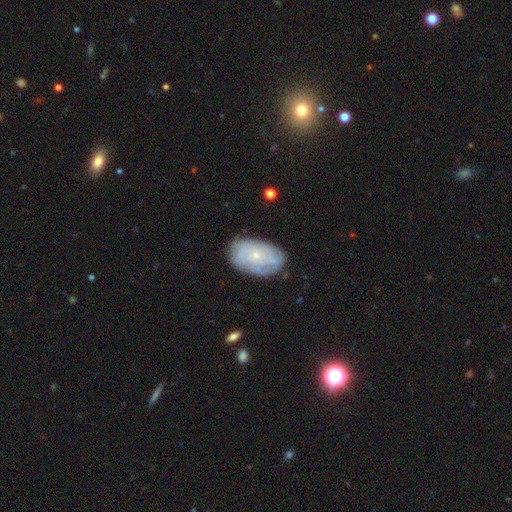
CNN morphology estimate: A featured or disk galaxy (52%).

Vote fractions:
- Smooth or featured? featured or disk: 52% / smooth: 40% / star or artifact: 8%
- Edge-on disk? no: 94% / yes: 6%
- Merging? none: 74% / minor disturbance: 19% / major disturbance: 5% / merger: 1%